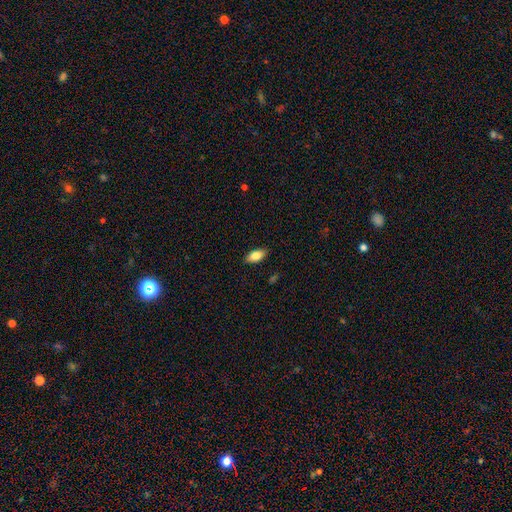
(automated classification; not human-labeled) The model was most divided on "smooth or featured": smooth: 81%, featured or disk: 12%, star or artifact: 7%. More confident: how rounded — in between (89%); merging — none (88%).